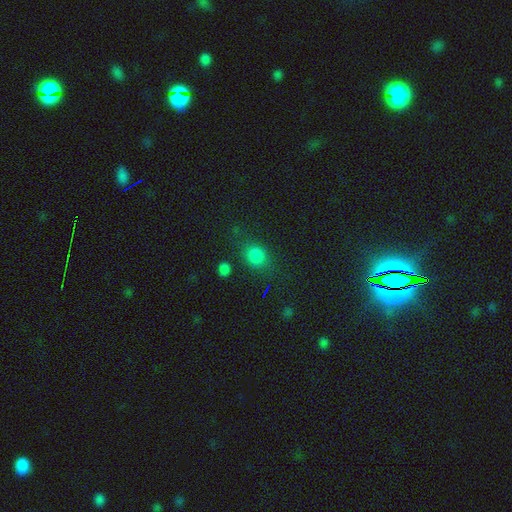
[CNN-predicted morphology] smooth_or_featured: smooth (p=0.79) [alt: star or artifact p=0.16]
how_rounded: round (p=0.63) [alt: in between p=0.35]
merging: none (p=0.72) [alt: minor disturbance p=0.16]